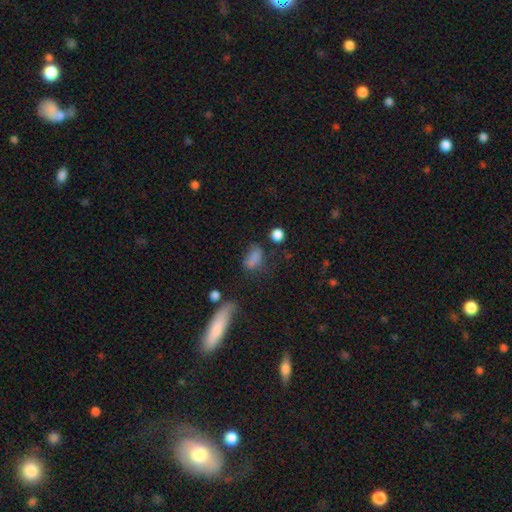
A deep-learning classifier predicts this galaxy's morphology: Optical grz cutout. It shows a smooth galaxy with no disk features (72%) that is in between round and cigar-shaped (72%). Merging: none (48%).